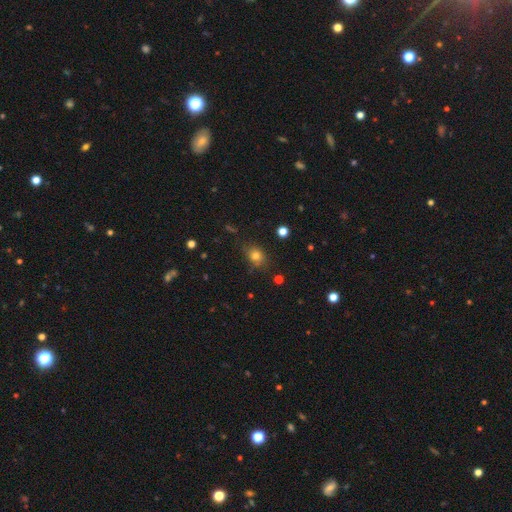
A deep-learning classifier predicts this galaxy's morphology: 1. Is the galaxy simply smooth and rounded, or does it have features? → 75% smooth, 16% star or artifact, 8% featured or disk.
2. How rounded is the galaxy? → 55% round, 43% in between, 1% cigar-shaped.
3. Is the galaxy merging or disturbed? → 76% none, 16% minor disturbance, 5% major disturbance, 3% merger.